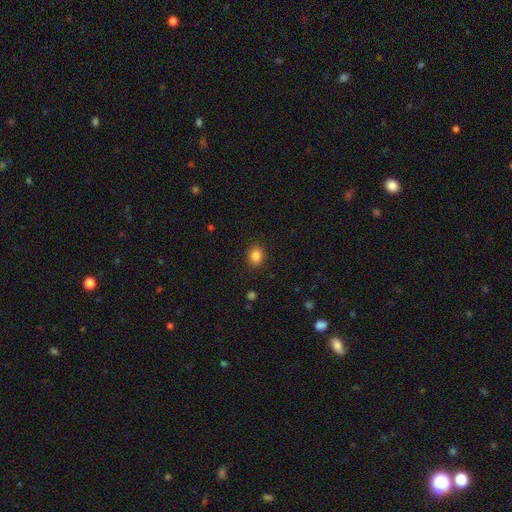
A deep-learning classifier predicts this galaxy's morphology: This appears to be a smooth galaxy with no disk features (85%) that is in between round and cigar-shaped (50%). Merging: none (88%).